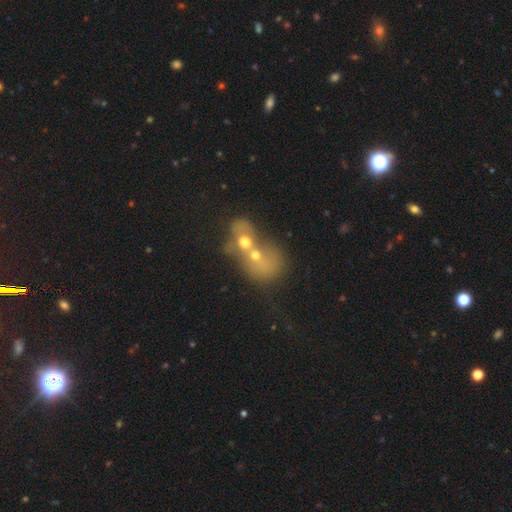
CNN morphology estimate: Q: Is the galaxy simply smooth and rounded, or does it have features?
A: smooth — 51%.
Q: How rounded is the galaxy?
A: round — 52%.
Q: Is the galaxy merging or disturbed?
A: merger — 83%.